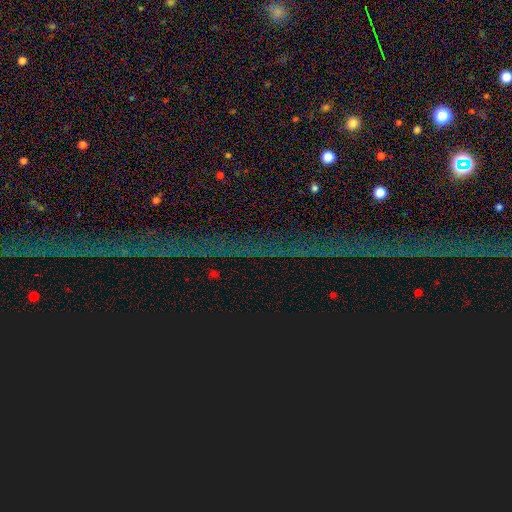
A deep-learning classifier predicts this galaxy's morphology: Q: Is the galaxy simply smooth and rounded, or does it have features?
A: star or artifact — 88%.